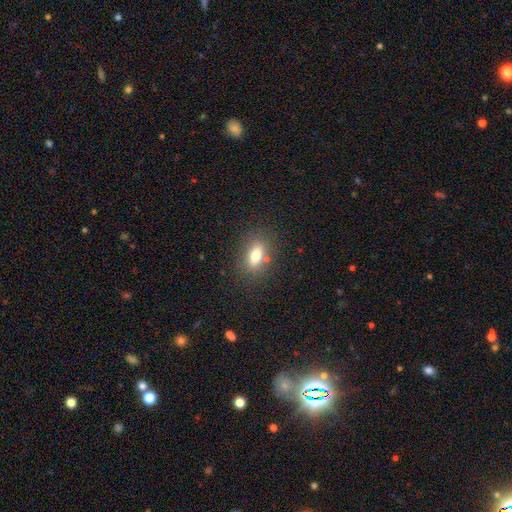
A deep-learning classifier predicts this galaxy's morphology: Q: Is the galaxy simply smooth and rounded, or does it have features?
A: smooth — 75%.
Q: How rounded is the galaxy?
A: in between — 81%.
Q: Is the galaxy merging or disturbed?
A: none — 80%.